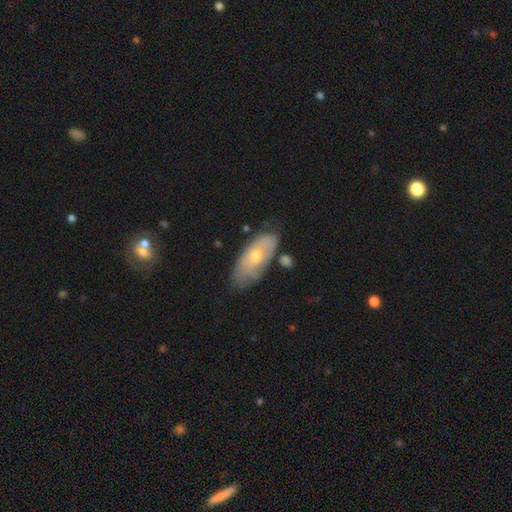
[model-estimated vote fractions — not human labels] smooth_or_featured: smooth (p=0.49) [alt: featured or disk p=0.45]
merging: none (p=0.61) [alt: minor disturbance p=0.26]